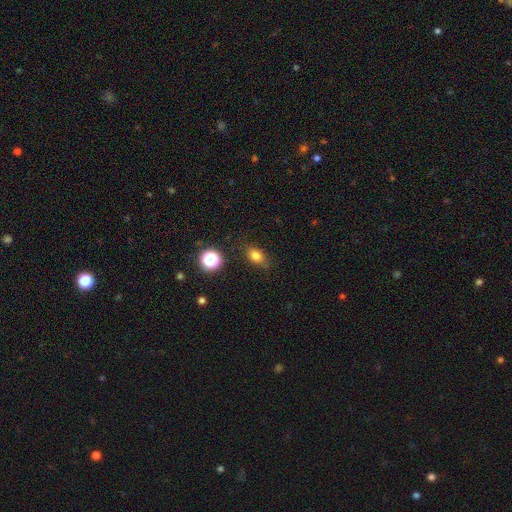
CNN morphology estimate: Smooth or featured? smooth (79%)
How rounded? in between (72%)
Merging? none (80%)